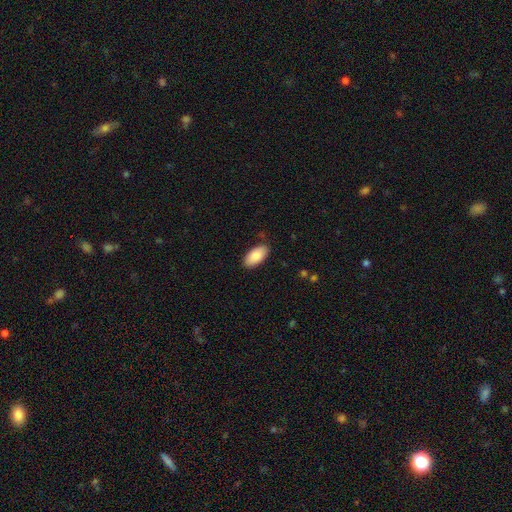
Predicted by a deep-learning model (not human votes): Smooth or featured? Predicted: smooth (p=0.86). How rounded? Predicted: in between (p=0.95). Merging? Predicted: none (p=0.86).